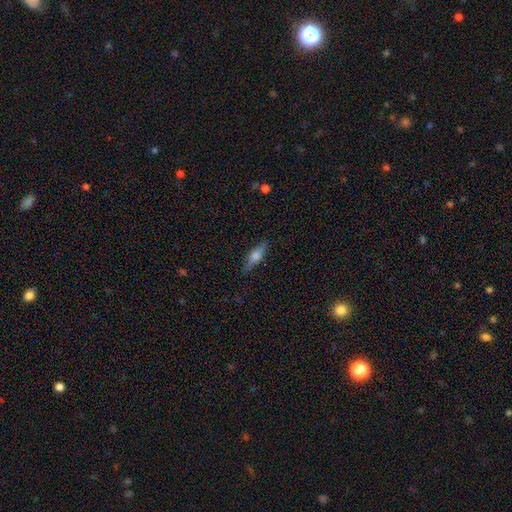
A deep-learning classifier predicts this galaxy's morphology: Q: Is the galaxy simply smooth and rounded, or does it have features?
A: featured or disk — 49%.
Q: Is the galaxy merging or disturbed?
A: none — 86%.